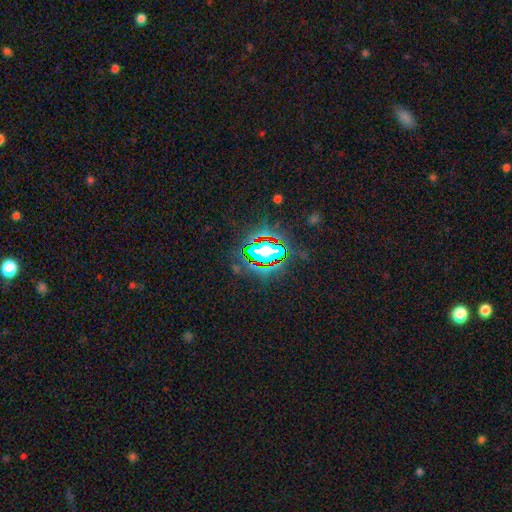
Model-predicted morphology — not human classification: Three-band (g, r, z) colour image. It shows a star or artifact, not a galaxy (79%).